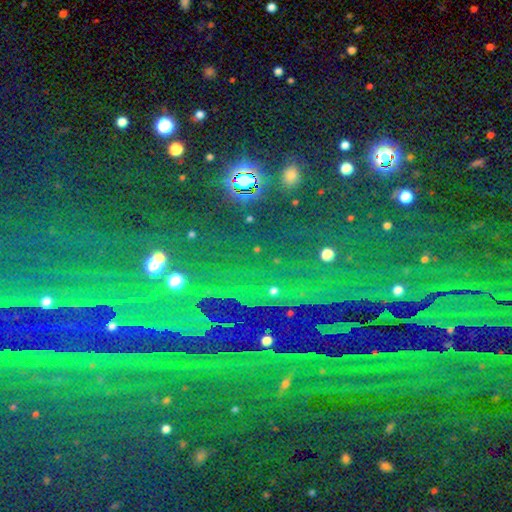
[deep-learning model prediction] Morphology: type=star or artifact (86%).